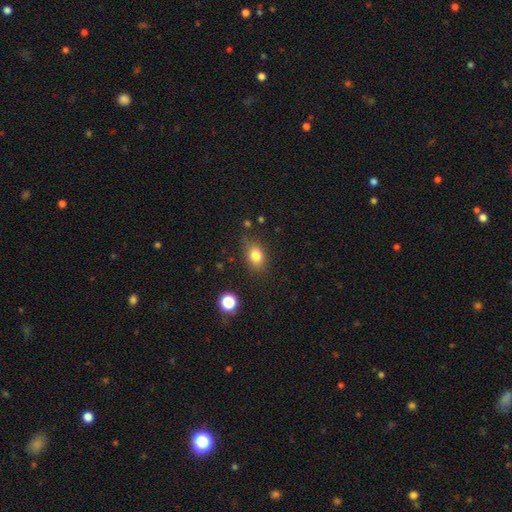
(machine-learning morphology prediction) smooth_or_featured: smooth (p=0.81) [alt: star or artifact p=0.11]
how_rounded: in between (p=0.68) [alt: round p=0.30]
merging: none (p=0.76) [alt: minor disturbance p=0.17]